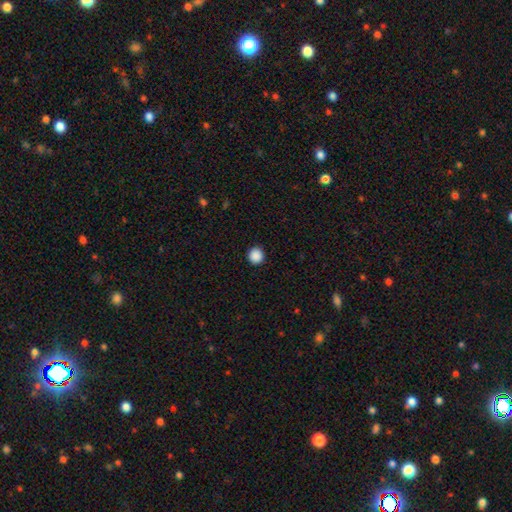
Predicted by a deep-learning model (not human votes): The model was most divided on "smooth or featured": smooth: 89%, star or artifact: 9%, featured or disk: 2%. More confident: how rounded — round (95%); merging — none (93%).